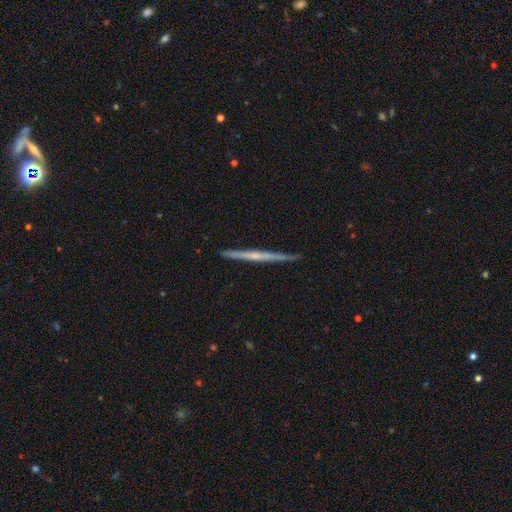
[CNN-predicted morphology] Smooth or featured?
  - featured or disk: 70% *
  - smooth: 24%
  - star or artifact: 6%
Edge-on disk?
  - yes: 98% *
  - no: 2%
Edge-on bulge?
  - none: 52% *
  - rounded: 41%
  - boxy: 7%
Merging?
  - none: 90% *
  - minor disturbance: 8%
  - major disturbance: 1%
  - merger: 1%